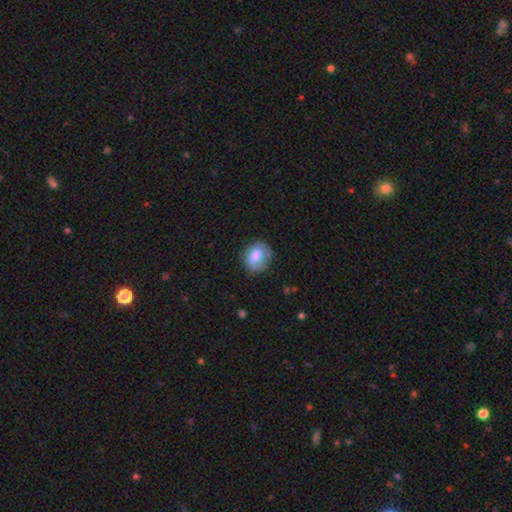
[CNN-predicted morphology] smooth_or_featured: smooth (p=0.71) [alt: featured or disk p=0.21]
how_rounded: round (p=0.51) [alt: in between p=0.48]
merging: none (p=0.68) [alt: minor disturbance p=0.23]